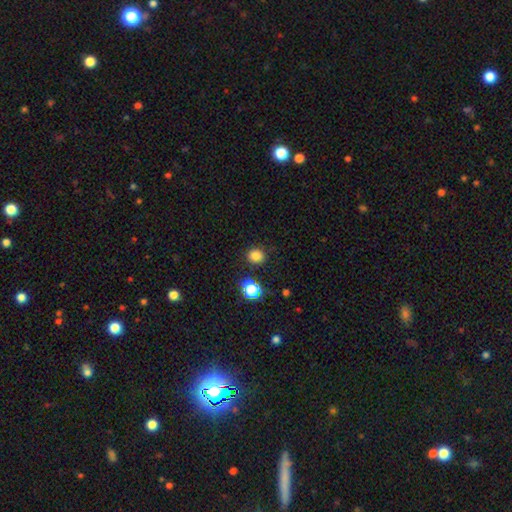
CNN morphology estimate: type=smooth (81%); roundness=round (82%); merging=none (87%).